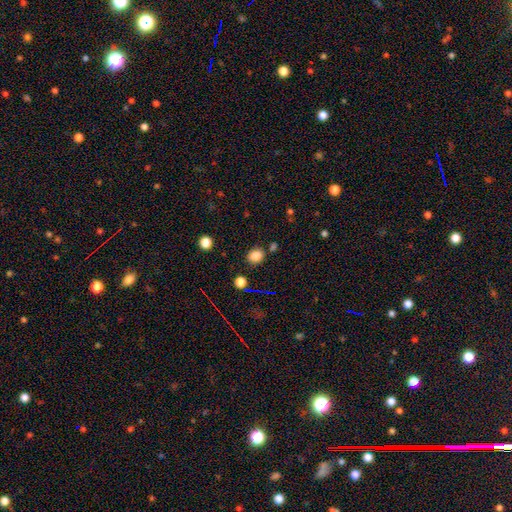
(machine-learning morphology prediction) Q: Smooth or featured?
A: smooth (83%); runner-up: star or artifact (13%)
Q: How rounded?
A: round (56%); runner-up: in between (43%)
Q: Merging?
A: none (81%); runner-up: minor disturbance (11%)